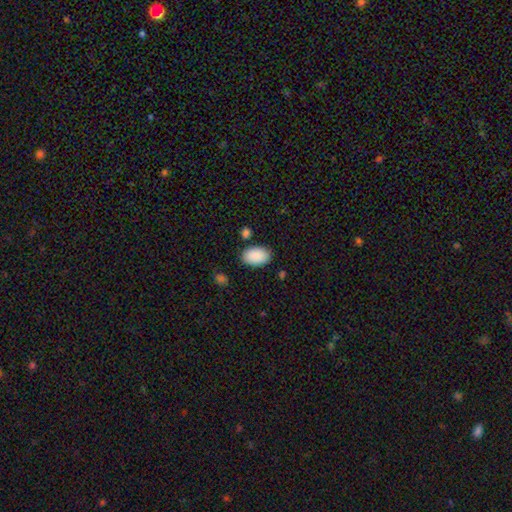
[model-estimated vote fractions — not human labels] Q: Smooth or featured?
A: smooth (91%); runner-up: star or artifact (6%)
Q: How rounded?
A: in between (92%); runner-up: round (7%)
Q: Merging?
A: none (83%); runner-up: minor disturbance (11%)